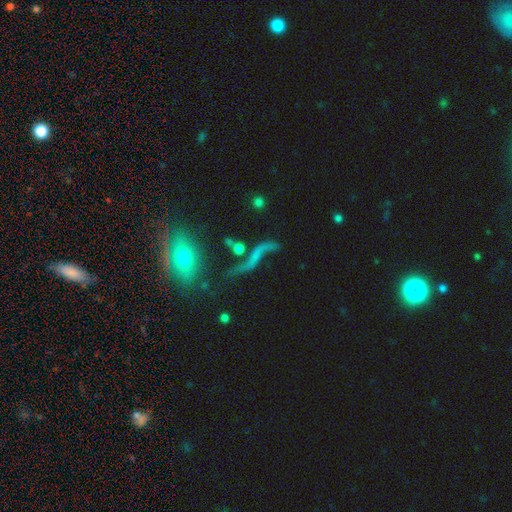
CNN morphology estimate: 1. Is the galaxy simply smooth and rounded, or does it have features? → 64% featured or disk, 23% smooth, 14% star or artifact.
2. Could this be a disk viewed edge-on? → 85% no, 15% yes.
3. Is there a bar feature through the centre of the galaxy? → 61% no, 26% weak, 13% strong.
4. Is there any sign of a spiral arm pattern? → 74% yes, 26% no.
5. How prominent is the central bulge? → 49% none, 32% small, 14% moderate, 3% large, 2% dominant.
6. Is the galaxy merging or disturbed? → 40% none, 24% major disturbance, 18% merger, 17% minor disturbance.